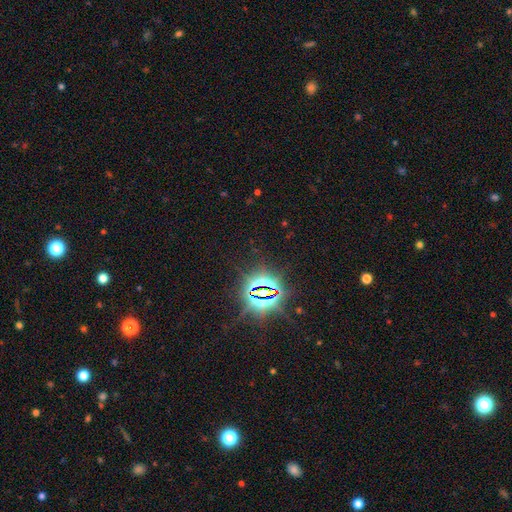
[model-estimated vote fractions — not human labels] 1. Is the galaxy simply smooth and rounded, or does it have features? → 86% star or artifact, 8% smooth, 6% featured or disk.